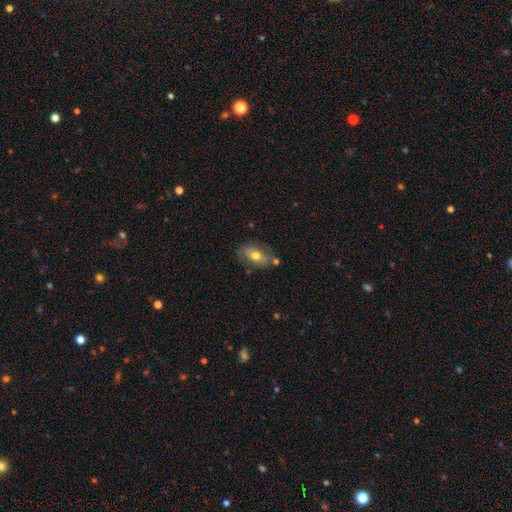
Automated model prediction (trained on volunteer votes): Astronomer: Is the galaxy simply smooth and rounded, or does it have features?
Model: smooth — 56% (runner-up: featured or disk, 36%).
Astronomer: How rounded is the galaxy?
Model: in between — 86%.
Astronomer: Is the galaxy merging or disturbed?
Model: none — 67%.